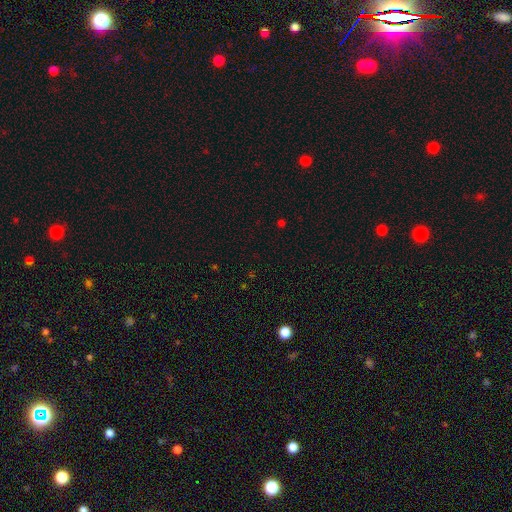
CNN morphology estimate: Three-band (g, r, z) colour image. It shows a star or artifact, not a galaxy (63%).